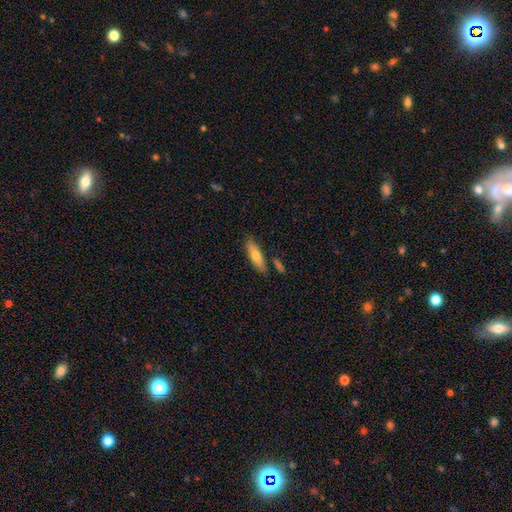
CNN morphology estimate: smooth 64%, featured or disk 29%, star or artifact 7%. Down the decision tree: how rounded — cigar-shaped (51%); merging — none (79%).